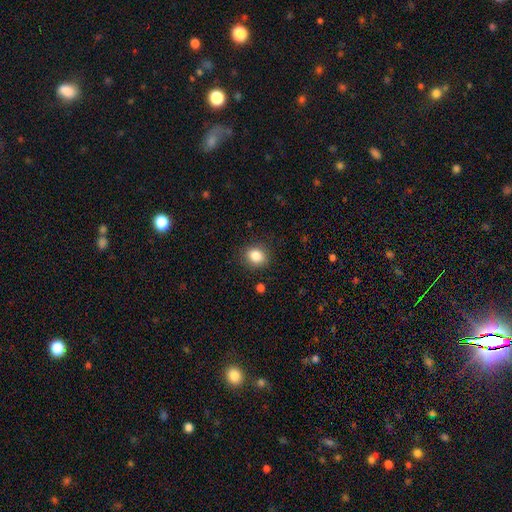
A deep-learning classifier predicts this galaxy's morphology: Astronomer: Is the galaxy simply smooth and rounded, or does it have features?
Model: smooth — 85%.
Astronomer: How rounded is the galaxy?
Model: round — 63%.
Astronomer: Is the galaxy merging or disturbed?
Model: none — 86%.